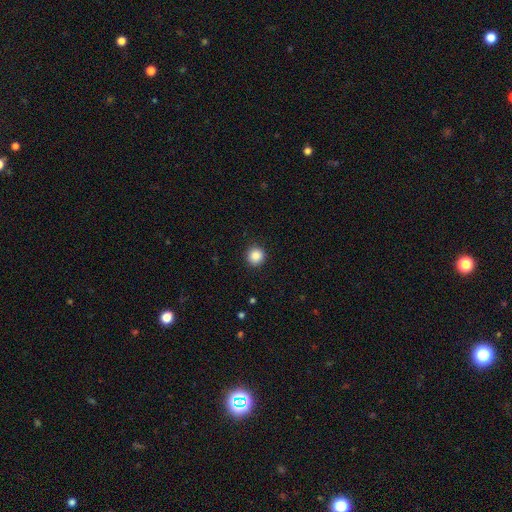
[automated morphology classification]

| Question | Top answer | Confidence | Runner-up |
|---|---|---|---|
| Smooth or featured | smooth | 87% | star or artifact (10%) |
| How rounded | round | 95% | in between (4%) |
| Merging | none | 92% | minor disturbance (5%) |